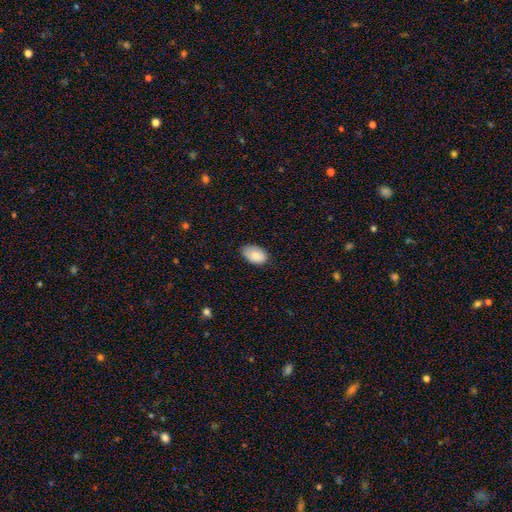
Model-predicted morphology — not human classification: smooth 83%, featured or disk 10%, star or artifact 7%. Down the decision tree: how rounded — in between (91%); merging — none (71%).